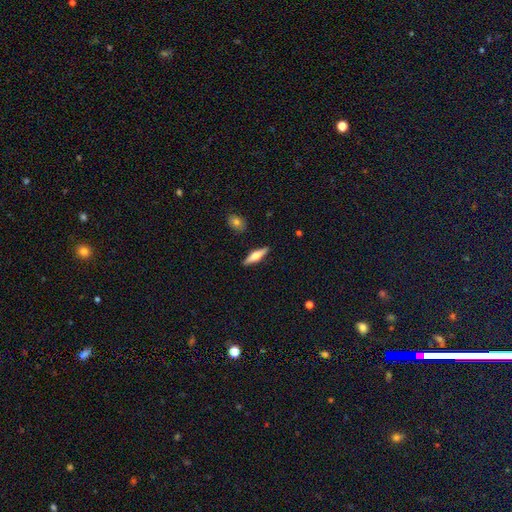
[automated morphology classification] A featured or disk galaxy (54%) viewed edge-on (95%) with a rounded central bulge (92%).

Vote fractions:
- Smooth or featured? featured or disk: 54% / smooth: 40% / star or artifact: 6%
- Edge-on disk? yes: 95% / no: 5%
- Edge-on bulge? rounded: 92% / boxy: 6% / none: 2%
- Merging? none: 90% / minor disturbance: 7% / major disturbance: 2% / merger: 2%